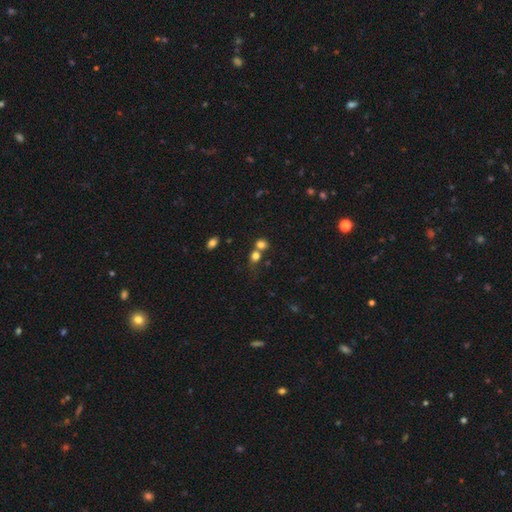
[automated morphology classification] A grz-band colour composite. It shows a smooth galaxy with no disk features (77%) that is round (72%). Merging: merger (43%, tied with none).